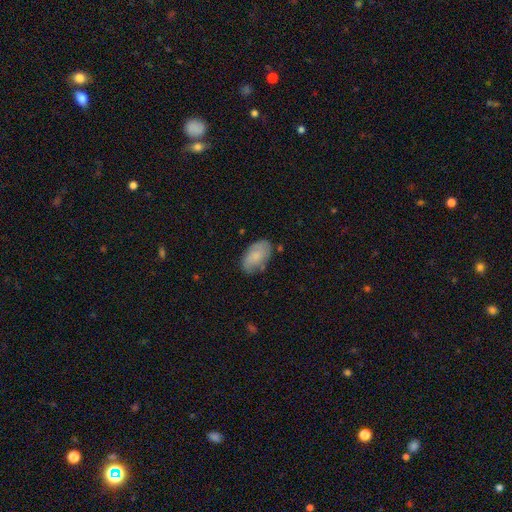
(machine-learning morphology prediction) Q: Smooth or featured?
A: smooth (71%); runner-up: featured or disk (23%)
Q: How rounded?
A: in between (94%); runner-up: round (4%)
Q: Merging?
A: none (75%); runner-up: minor disturbance (19%)